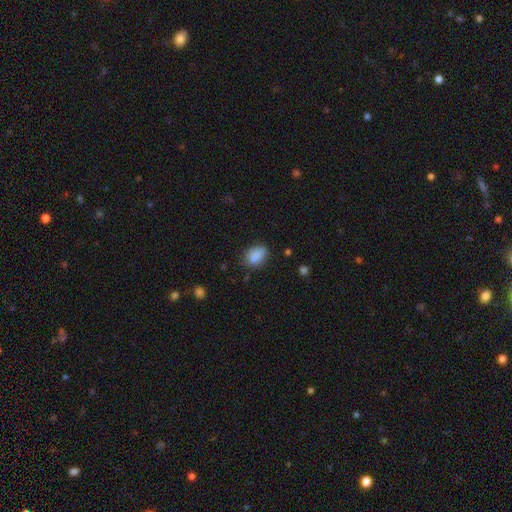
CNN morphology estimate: Overall: smooth (85%). How rounded: in between (75%). Merging: none (69%).